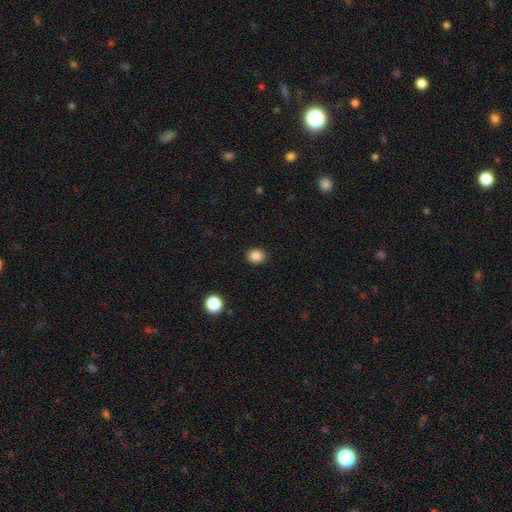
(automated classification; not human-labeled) Morphology: type=smooth (86%); roundness=round (66%); merging=none (90%).